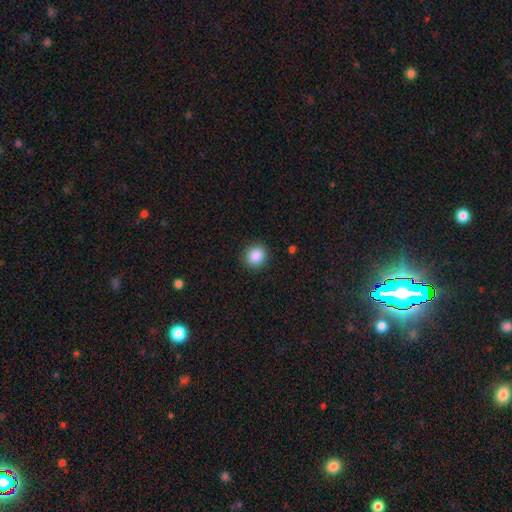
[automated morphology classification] A smooth galaxy with no disk features (87%) that is round (81%). Merging: none (90%).